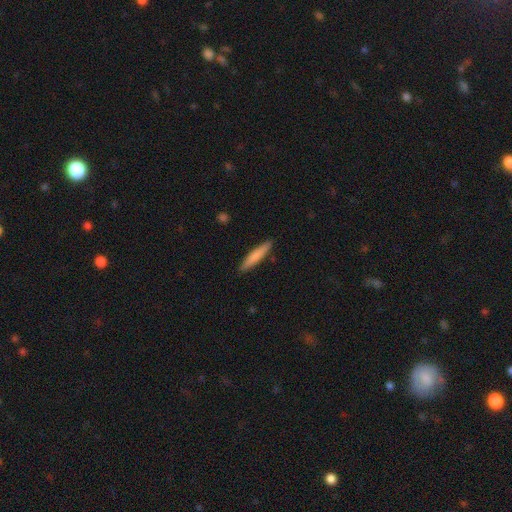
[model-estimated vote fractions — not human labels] The model was most divided on "smooth or featured": smooth: 75%, featured or disk: 19%, star or artifact: 5%. More confident: how rounded — cigar-shaped (91%); merging — none (89%).